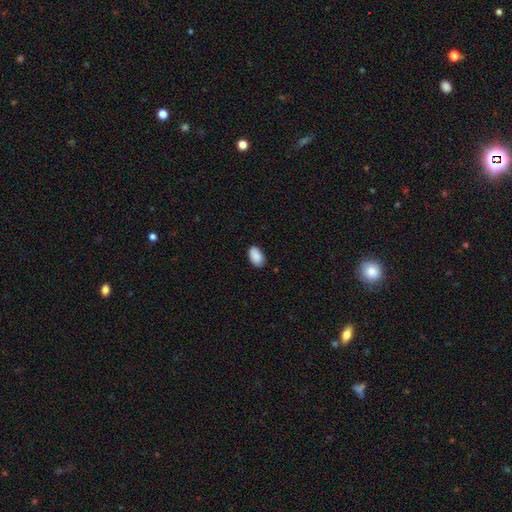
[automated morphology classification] This appears to be a smooth galaxy with no disk features (90%) that is in between round and cigar-shaped (94%). Merging: none (86%).